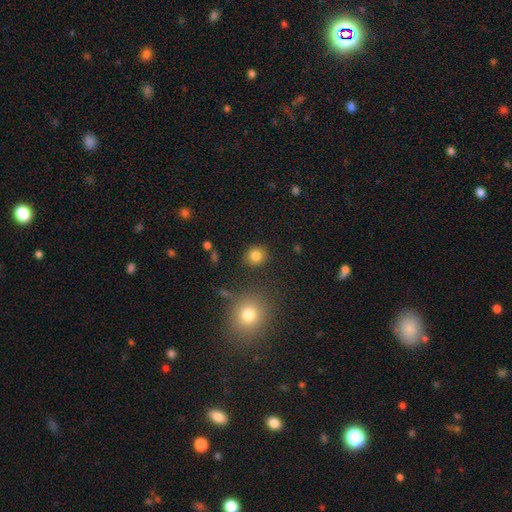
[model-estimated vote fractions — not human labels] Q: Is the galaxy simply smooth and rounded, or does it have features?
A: smooth — 82%.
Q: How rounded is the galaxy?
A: round — 83%.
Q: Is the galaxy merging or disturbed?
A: none — 88%.